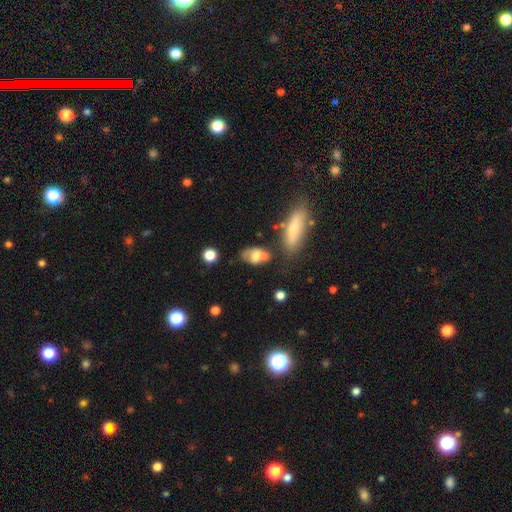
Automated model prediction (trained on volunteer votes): A smooth galaxy with no disk features (64%) that is in between round and cigar-shaped (82%). Merging: none (40%).